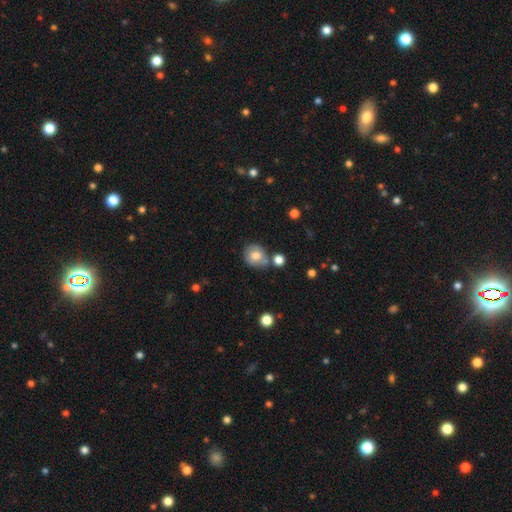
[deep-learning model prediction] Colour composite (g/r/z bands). It shows a smooth galaxy with no disk features (72%) that is round (74%). Merging: none (64%).